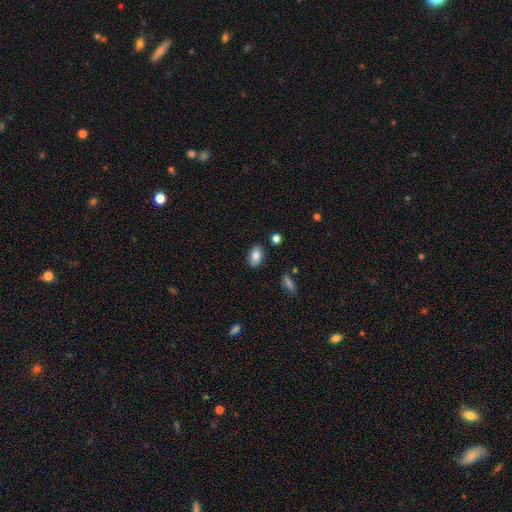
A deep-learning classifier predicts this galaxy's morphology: smooth_or_featured: smooth (p=0.83) [alt: featured or disk p=0.09]
how_rounded: in between (p=0.89) [alt: round p=0.09]
merging: none (p=0.85) [alt: minor disturbance p=0.11]